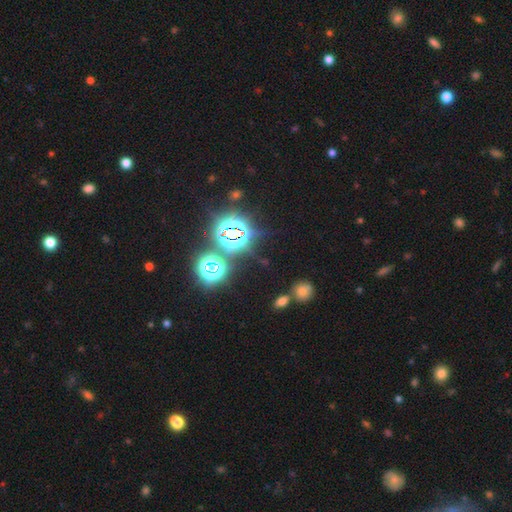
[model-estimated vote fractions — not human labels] The model was most divided on "smooth or featured": star or artifact: 77%, smooth: 17%, featured or disk: 6%.